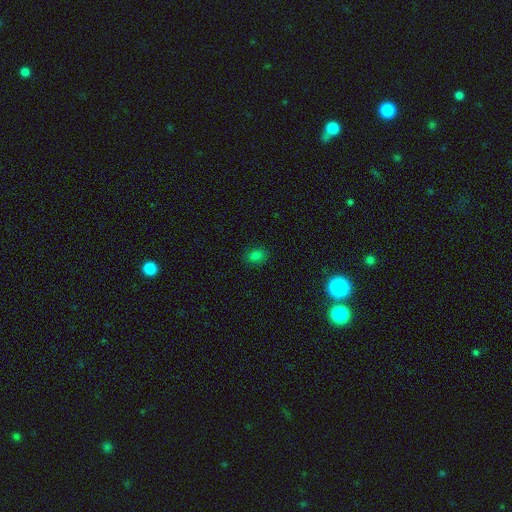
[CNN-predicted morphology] This is likely a smooth galaxy (79%). How rounded: likely in between (65%). Merging: clearly none (87%).